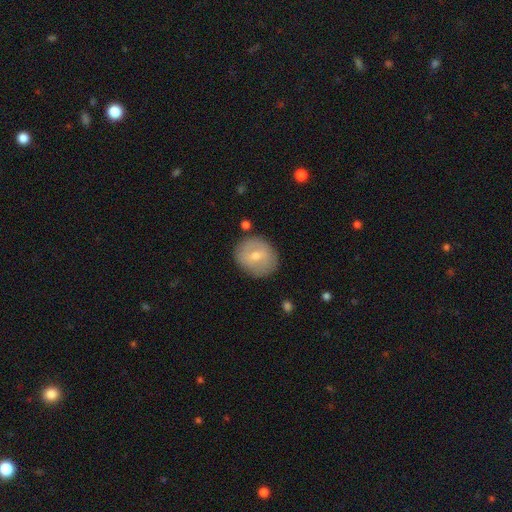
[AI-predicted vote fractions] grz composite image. It shows a smooth galaxy with no disk features (59%) that is round (71%). Merging: none (81%).